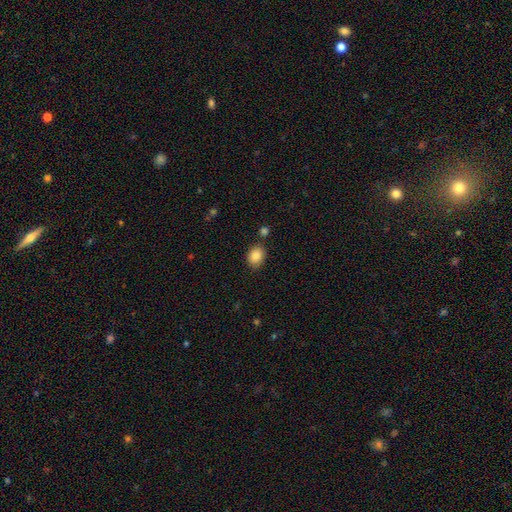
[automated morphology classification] smooth 87%, star or artifact 9%, featured or disk 4%. Down the decision tree: how rounded — in between (56%); merging — none (78%).